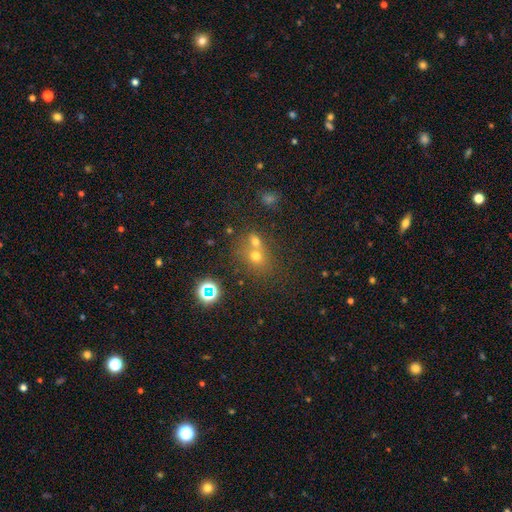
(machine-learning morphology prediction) smooth-or-featured: smooth: 53% | star or artifact: 32% | featured or disk: 15%
  how-rounded: round: 75% | in between: 24% | cigar-shaped: 1%
  merging: none: 46% | merger: 43% | minor disturbance: 7% | major disturbance: 3%